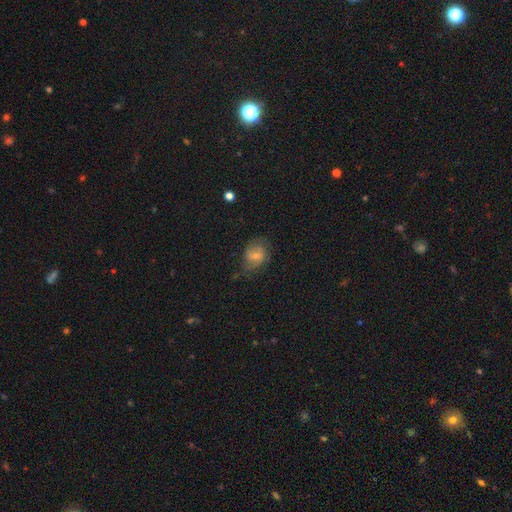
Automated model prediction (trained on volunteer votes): Smooth or featured? smooth (49%)
Merging? none (56%)